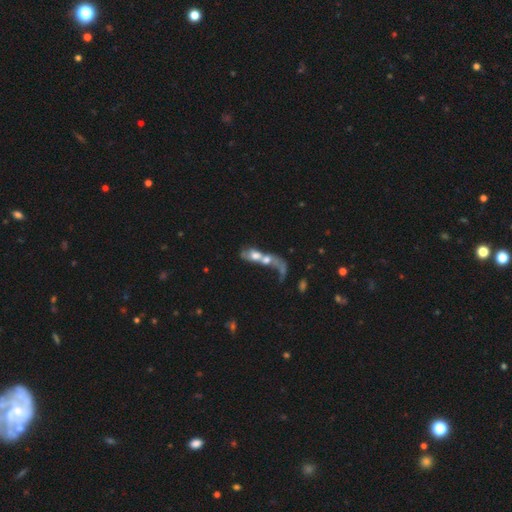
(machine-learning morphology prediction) type=featured or disk (47%); merging=merger (75%).